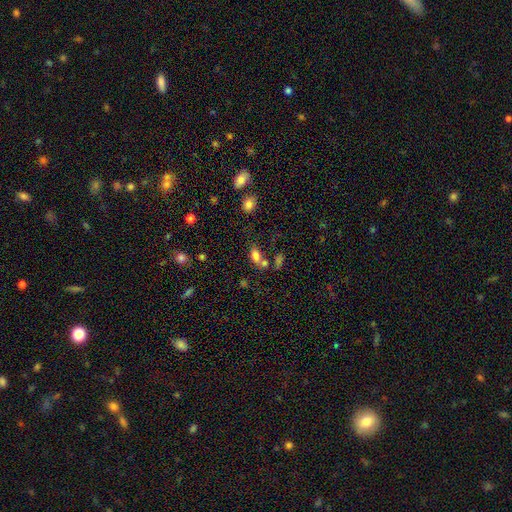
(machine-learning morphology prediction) A smooth galaxy with no disk features (76%) that is in between round and cigar-shaped (83%). Merging: none (42%).